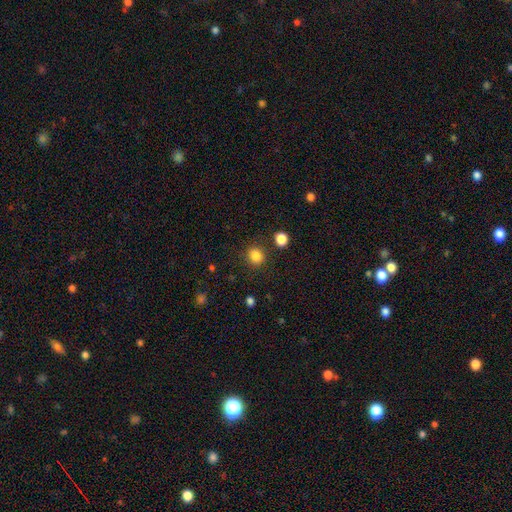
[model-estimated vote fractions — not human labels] This is clearly a smooth galaxy (84%). How rounded: likely round (79%). Merging: clearly none (86%).